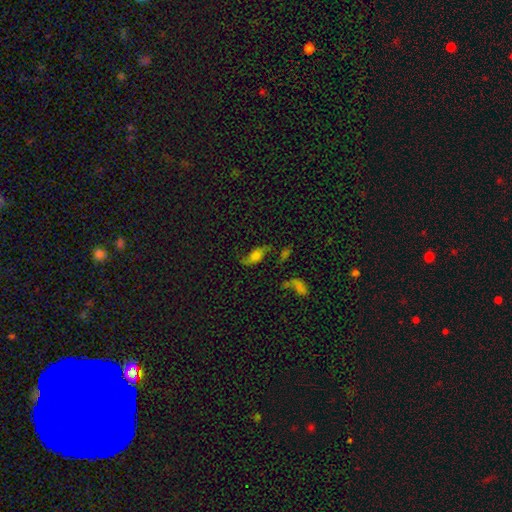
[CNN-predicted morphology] Smooth or featured?
  - featured or disk: 50% *
  - smooth: 36%
  - star or artifact: 14%
Merging?
  - none: 51% *
  - minor disturbance: 21%
  - major disturbance: 18%
  - merger: 9%